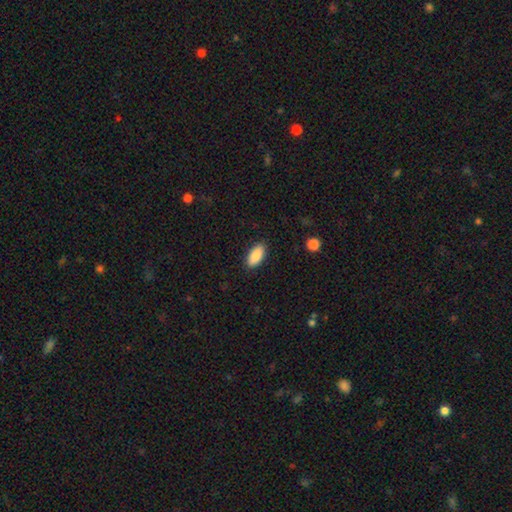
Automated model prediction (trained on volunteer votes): Smooth or featured? smooth (89%)
How rounded? in between (88%)
Merging? none (89%)